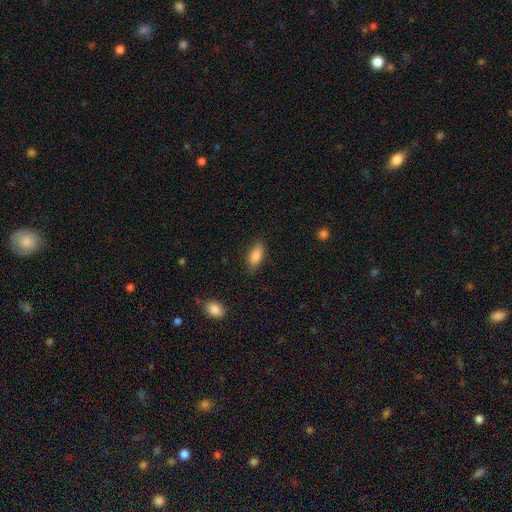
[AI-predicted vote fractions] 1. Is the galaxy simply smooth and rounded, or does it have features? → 86% smooth, 7% star or artifact, 6% featured or disk.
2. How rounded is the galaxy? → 85% in between, 12% cigar-shaped, 3% round.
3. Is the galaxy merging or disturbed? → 81% none, 15% minor disturbance, 3% major disturbance, 1% merger.